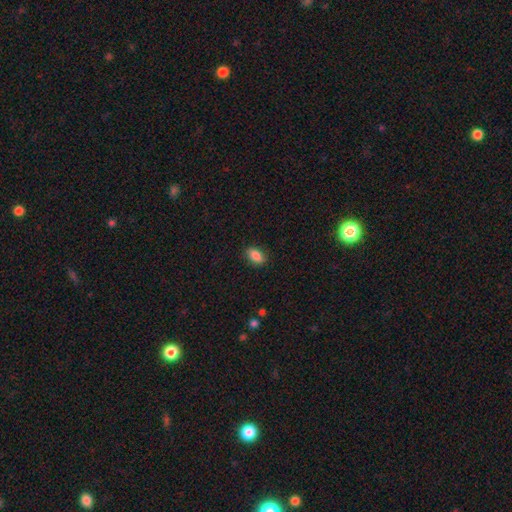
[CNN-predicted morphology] Smooth or featured: smooth — 87% (star or artifact — 8%)
How rounded: in between — 88% (round — 9%)
Merging: none — 86% (minor disturbance — 11%)